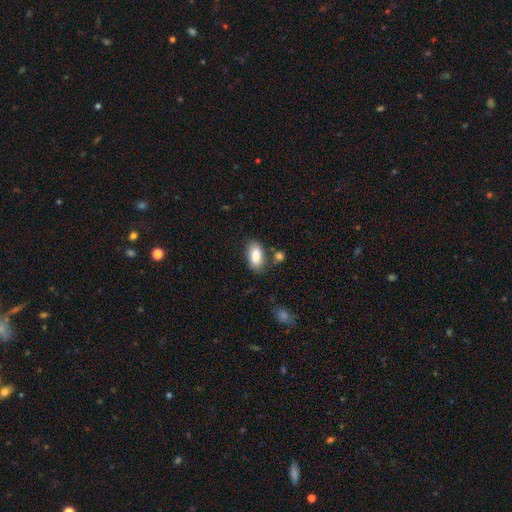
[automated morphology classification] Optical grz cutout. It shows a smooth galaxy with no disk features (86%) that is in between round and cigar-shaped (91%). Merging: none (71%).